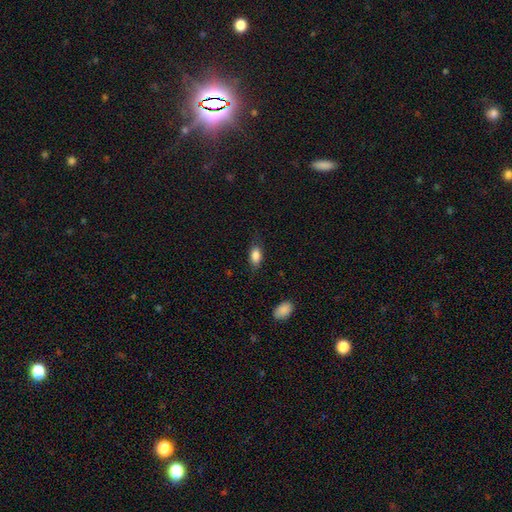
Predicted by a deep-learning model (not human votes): Smooth or featured?
  - smooth: 84% *
  - featured or disk: 9%
  - star or artifact: 8%
How rounded?
  - in between: 86% *
  - round: 8%
  - cigar-shaped: 6%
Merging?
  - none: 77% *
  - minor disturbance: 17%
  - major disturbance: 5%
  - merger: 1%